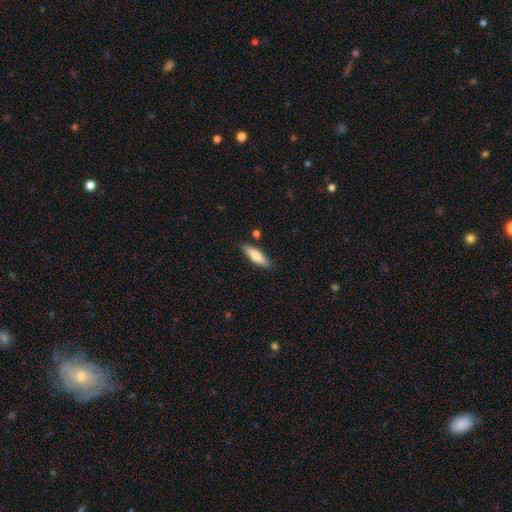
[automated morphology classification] Smooth or featured? smooth (75%)
How rounded? cigar-shaped (54%)
Merging? none (83%)